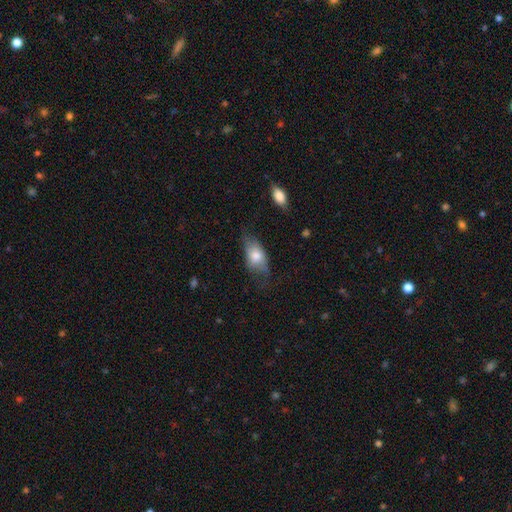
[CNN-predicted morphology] Overall: smooth (69%). How rounded: in between (88%). Merging: none (51%; minor disturbance 33%).